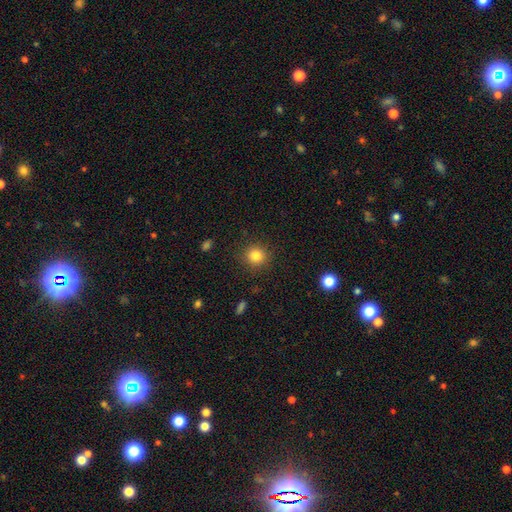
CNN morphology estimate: This appears to be a smooth galaxy with no disk features (83%) that is round (92%). Merging: none (89%).